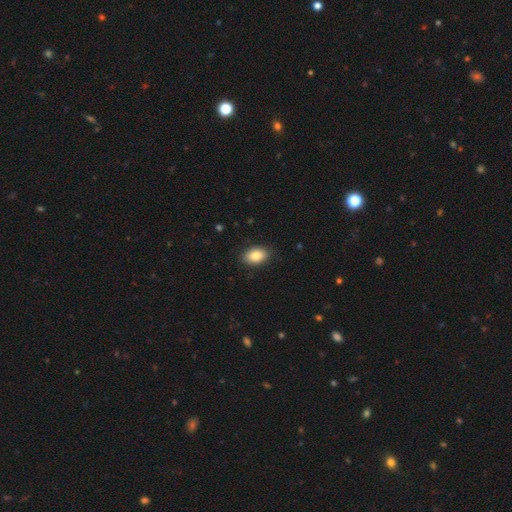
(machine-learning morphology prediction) Smooth or featured?
  - smooth: 86% *
  - star or artifact: 7%
  - featured or disk: 7%
How rounded?
  - in between: 89% *
  - round: 9%
  - cigar-shaped: 1%
Merging?
  - none: 88% *
  - minor disturbance: 9%
  - major disturbance: 2%
  - merger: 1%